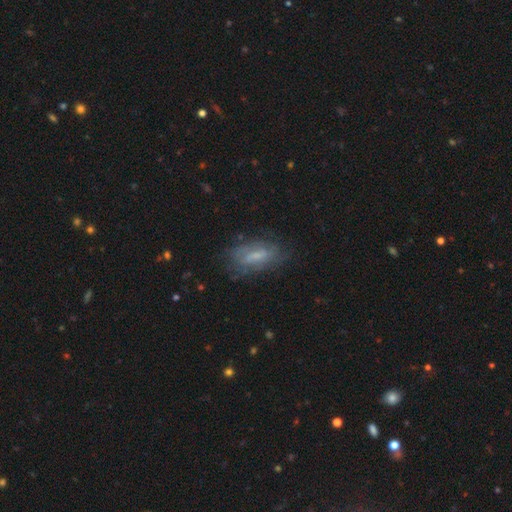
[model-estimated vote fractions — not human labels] Q: Smooth or featured?
A: featured or disk (46%); runner-up: smooth (45%)
Q: Merging?
A: none (68%); runner-up: minor disturbance (21%)